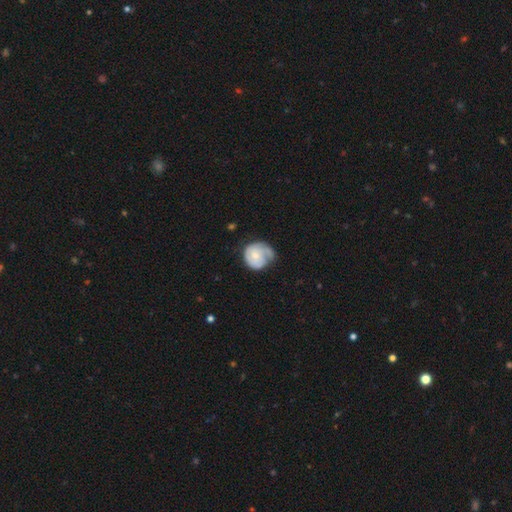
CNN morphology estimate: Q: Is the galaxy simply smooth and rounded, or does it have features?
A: featured or disk — 58%.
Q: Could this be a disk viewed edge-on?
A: no — 98%.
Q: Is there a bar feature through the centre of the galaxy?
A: no — 76%.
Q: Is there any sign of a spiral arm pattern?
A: yes — 83%.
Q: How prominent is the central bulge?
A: small — 55%.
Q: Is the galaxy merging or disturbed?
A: none — 45%.